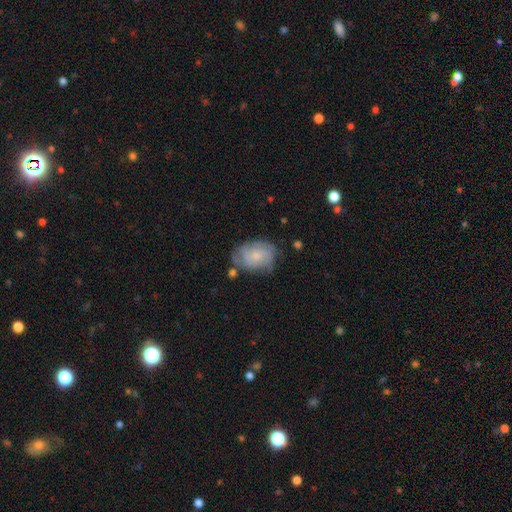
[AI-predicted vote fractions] Smooth or featured? featured or disk (47%)
Merging? none (60%)